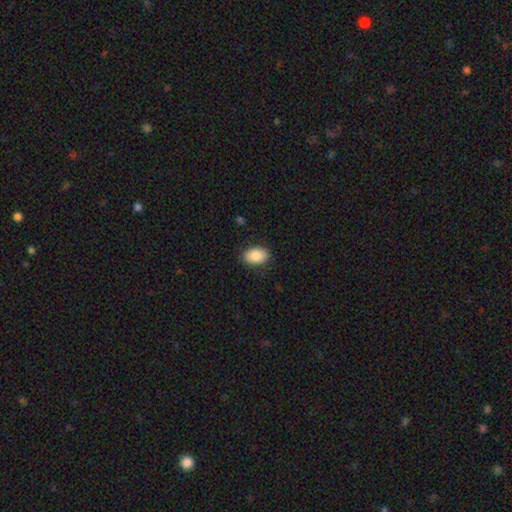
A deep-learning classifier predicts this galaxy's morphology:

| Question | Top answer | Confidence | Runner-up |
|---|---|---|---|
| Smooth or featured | smooth | 86% | featured or disk (7%) |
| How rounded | in between | 87% | round (12%) |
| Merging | none | 87% | minor disturbance (10%) |